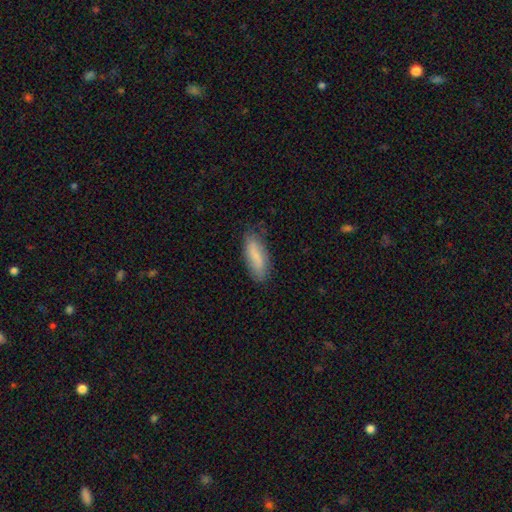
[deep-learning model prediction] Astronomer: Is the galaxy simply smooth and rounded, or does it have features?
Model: smooth — 77%.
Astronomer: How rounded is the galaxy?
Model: in between — 64%.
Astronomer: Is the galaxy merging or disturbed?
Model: none — 73%.